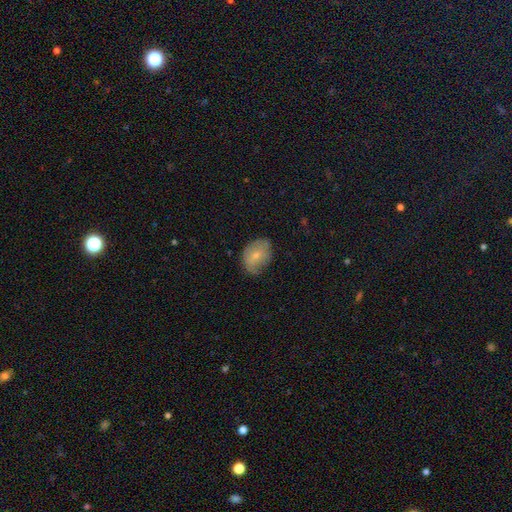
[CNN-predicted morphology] smooth 66%, featured or disk 27%, star or artifact 8%. Down the decision tree: how rounded — in between (71%); merging — none (62%).